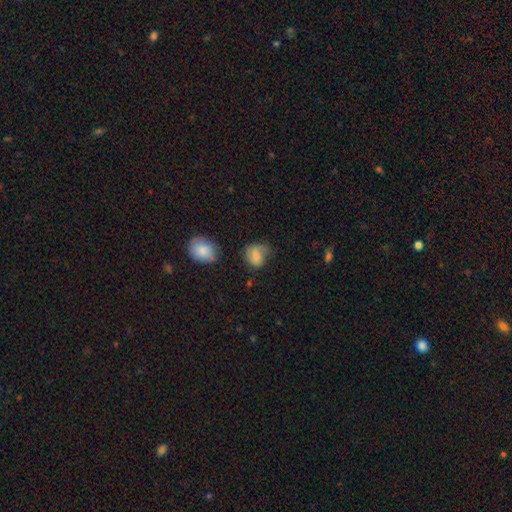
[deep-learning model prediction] A smooth galaxy with no disk features (74%) that is round (52%). Merging: none (47%).